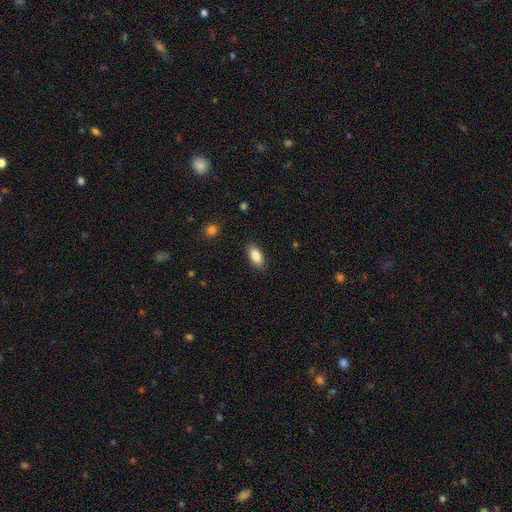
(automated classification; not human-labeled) smooth_or_featured: smooth (p=0.86) [alt: featured or disk p=0.07]
how_rounded: in between (p=0.89) [alt: cigar-shaped p=0.09]
merging: none (p=0.86) [alt: minor disturbance p=0.10]